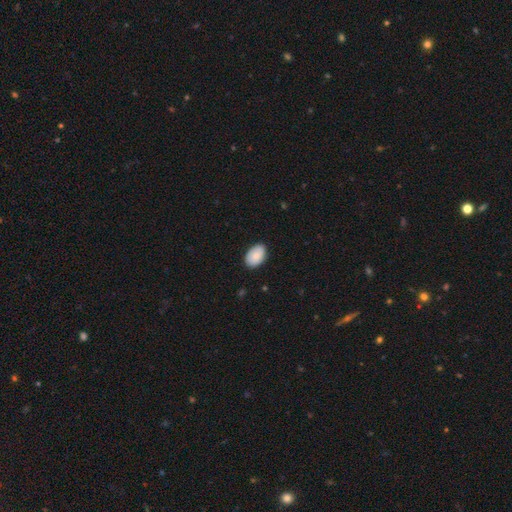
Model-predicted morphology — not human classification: A smooth galaxy with no disk features (88%) that is in between round and cigar-shaped (91%). Merging: none (86%).